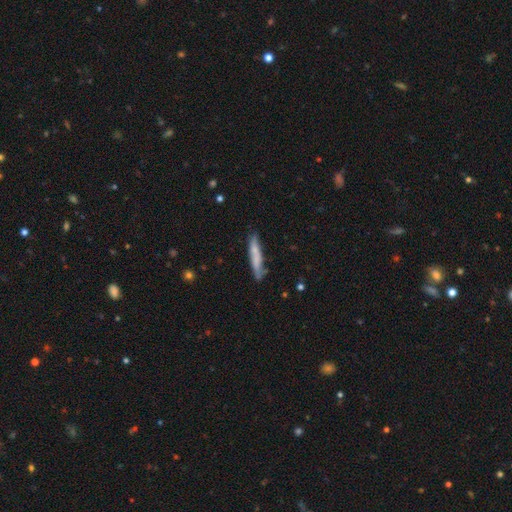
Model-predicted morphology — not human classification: Smooth or featured?
  - smooth: 62% *
  - featured or disk: 31%
  - star or artifact: 6%
How rounded?
  - cigar-shaped: 92% *
  - in between: 7%
  - round: 1%
Merging?
  - none: 74% *
  - minor disturbance: 19%
  - major disturbance: 4%
  - merger: 3%